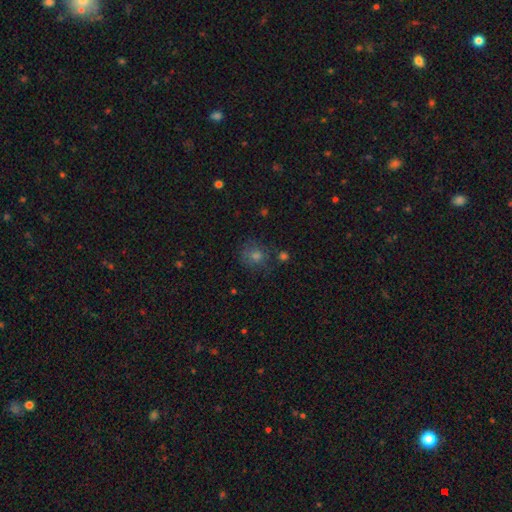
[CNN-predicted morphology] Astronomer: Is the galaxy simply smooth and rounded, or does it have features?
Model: smooth — 65%.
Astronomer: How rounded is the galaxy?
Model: round — 81%.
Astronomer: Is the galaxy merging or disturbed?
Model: none — 71%.